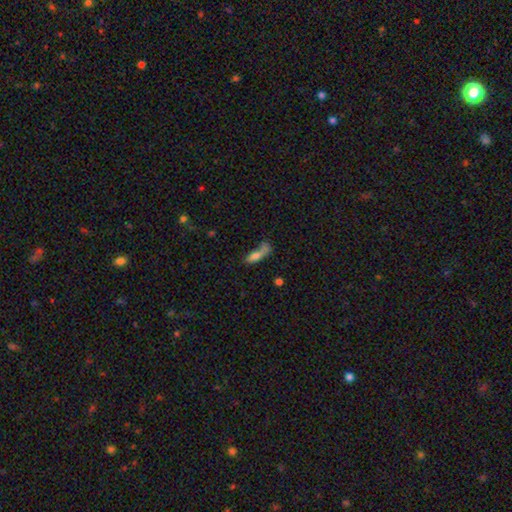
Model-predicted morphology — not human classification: Q: Smooth or featured?
A: smooth (71%); runner-up: featured or disk (19%)
Q: How rounded?
A: in between (54%); runner-up: cigar-shaped (41%)
Q: Merging?
A: none (32%); runner-up: merger (25%)